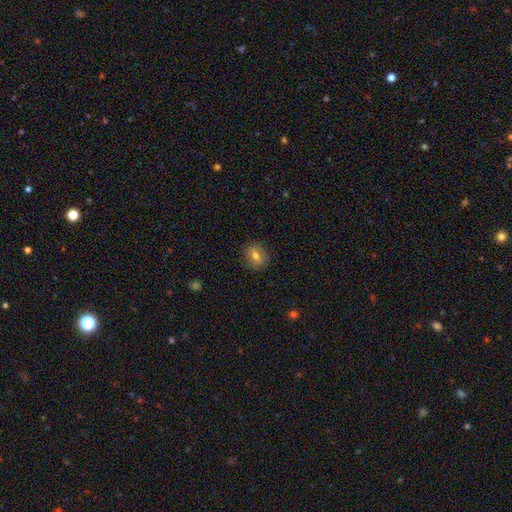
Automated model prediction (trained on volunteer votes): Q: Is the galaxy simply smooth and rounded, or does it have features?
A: smooth — 73%.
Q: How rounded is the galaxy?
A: round — 74%.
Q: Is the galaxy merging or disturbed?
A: none — 86%.